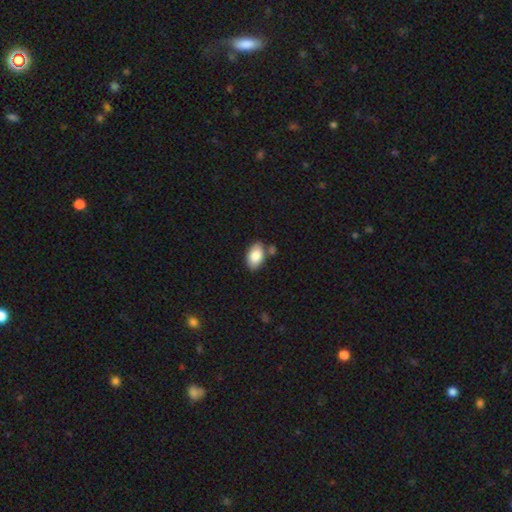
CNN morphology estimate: Overall: smooth (84%). How rounded: in between (93%). Merging: none (75%).